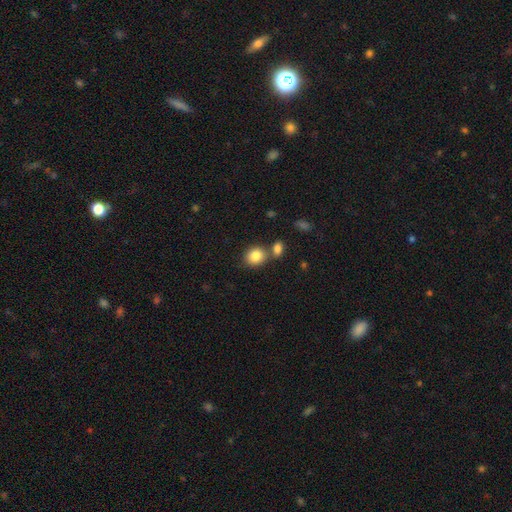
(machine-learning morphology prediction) This appears to be a smooth galaxy with no disk features (84%) that is round (69%). Merging: none (61%).